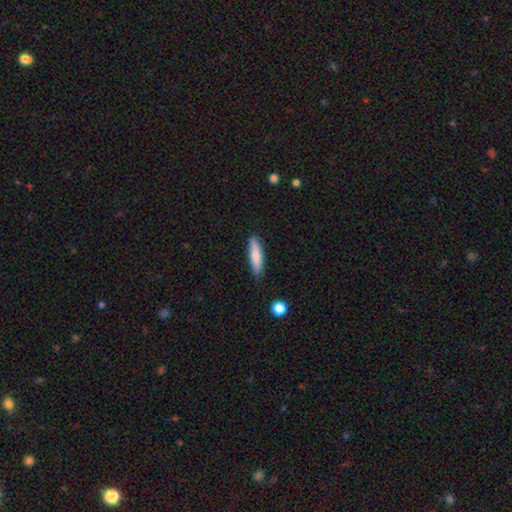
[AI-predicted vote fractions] Overall: smooth (78%). How rounded: cigar-shaped (76%). Merging: none (85%).